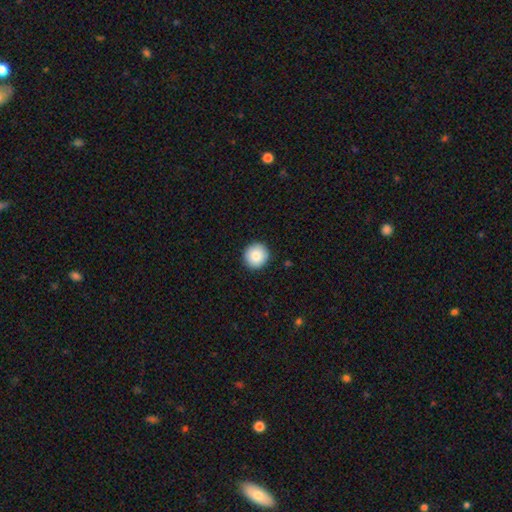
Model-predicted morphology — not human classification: Overall: smooth (84%). How rounded: round (95%). Merging: none (92%).